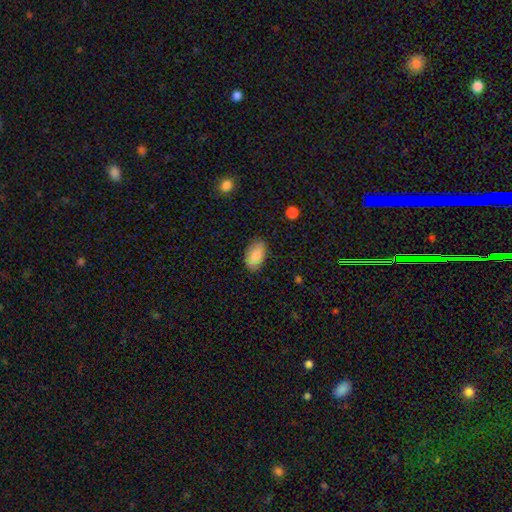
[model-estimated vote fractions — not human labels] Morphology: type=smooth (83%); roundness=in between (93%); merging=none (80%).